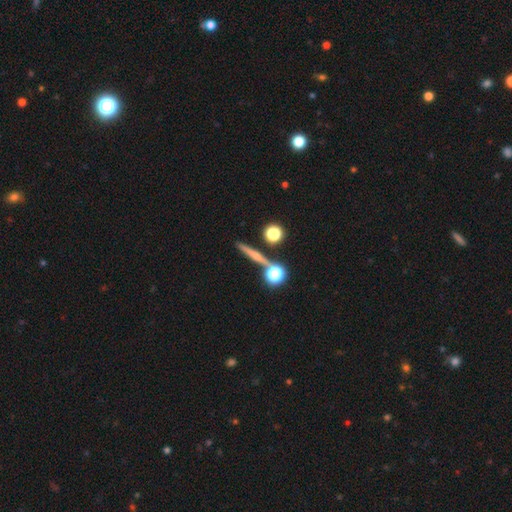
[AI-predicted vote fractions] The model was most divided on "smooth or featured": featured or disk: 48%, smooth: 38%, star or artifact: 14%. More confident: merging — none (81%).